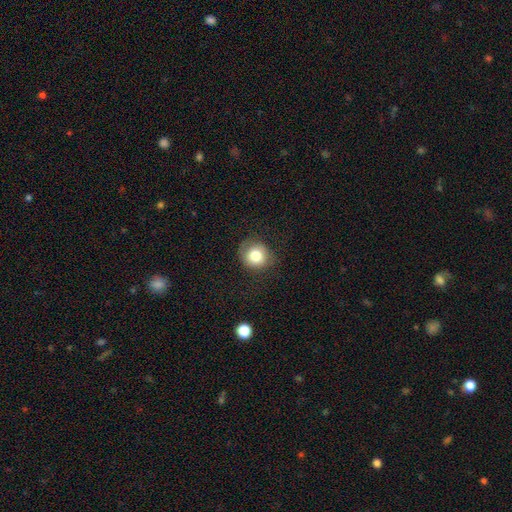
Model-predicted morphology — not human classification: type=smooth (77%); roundness=round (86%); merging=none (73%).